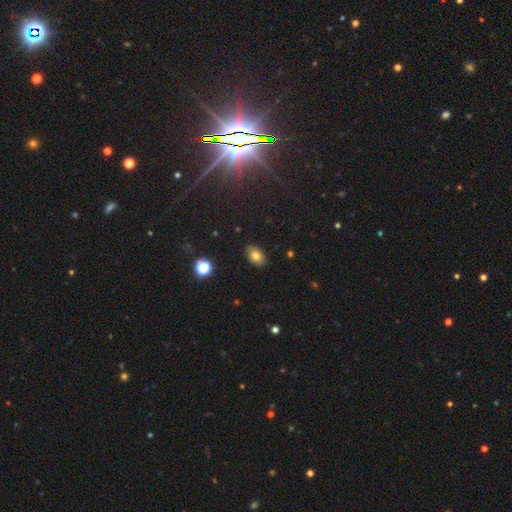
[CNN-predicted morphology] Smooth or featured: smooth — 78% (featured or disk — 11%)
How rounded: in between — 87% (round — 12%)
Merging: none — 85% (minor disturbance — 12%)